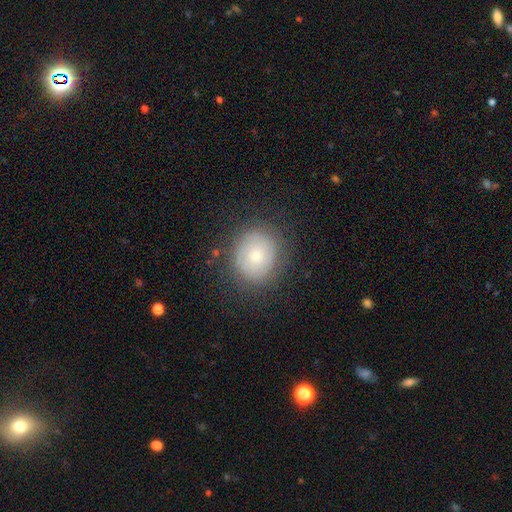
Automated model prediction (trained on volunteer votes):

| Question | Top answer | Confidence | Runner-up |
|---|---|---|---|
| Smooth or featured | smooth | 58% | featured or disk (33%) |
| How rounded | round | 78% | in between (21%) |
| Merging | none | 80% | minor disturbance (13%) |